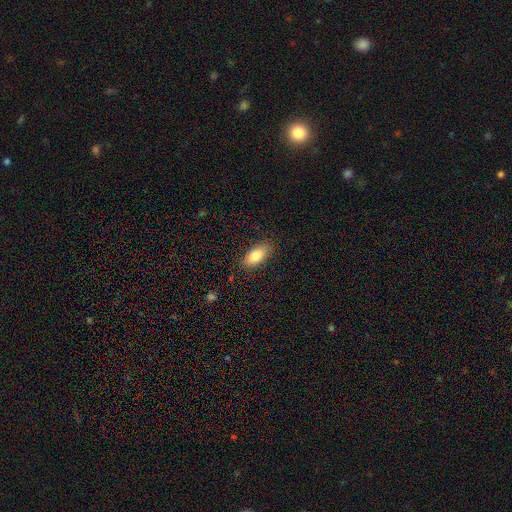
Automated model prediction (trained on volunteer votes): A smooth galaxy with no disk features (82%) that is in between round and cigar-shaped (87%).

Vote fractions:
- Smooth or featured? smooth: 82% / featured or disk: 11% / star or artifact: 7%
- How rounded? in between: 87% / cigar-shaped: 10% / round: 3%
- Merging? none: 86% / minor disturbance: 10% / major disturbance: 3% / merger: 1%